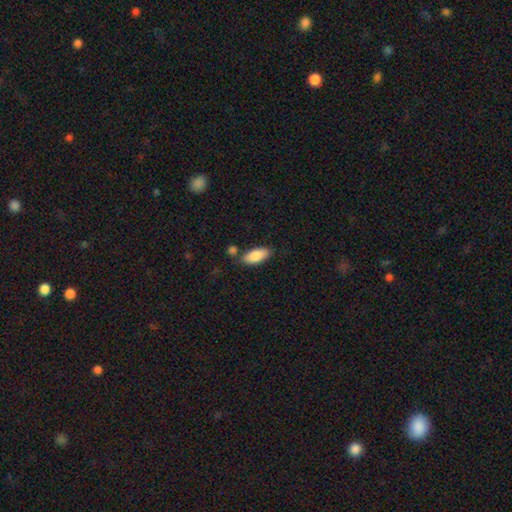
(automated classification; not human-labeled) A smooth galaxy with no disk features (85%) that is in between round and cigar-shaped (87%).

Vote fractions:
- Smooth or featured? smooth: 85% / featured or disk: 9% / star or artifact: 6%
- How rounded? in between: 87% / cigar-shaped: 11% / round: 2%
- Merging? none: 75% / minor disturbance: 14% / merger: 8% / major disturbance: 3%